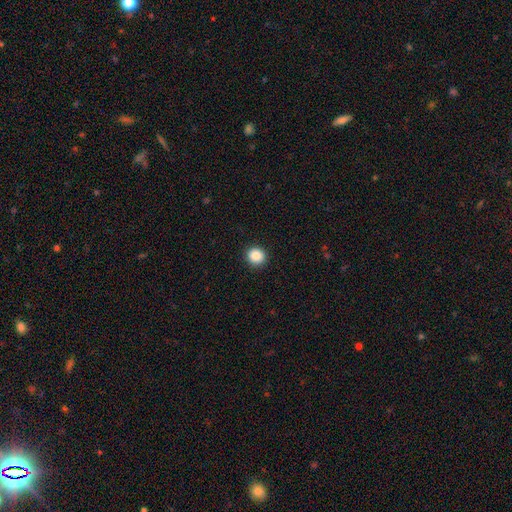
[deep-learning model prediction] This appears to be a smooth galaxy with no disk features (88%) that is round (89%). Merging: none (92%).